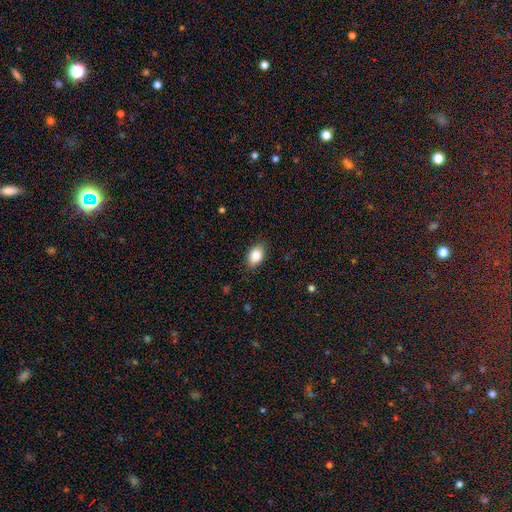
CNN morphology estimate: This is clearly a smooth galaxy (87%). How rounded: clearly in between (88%). Merging: clearly none (86%).